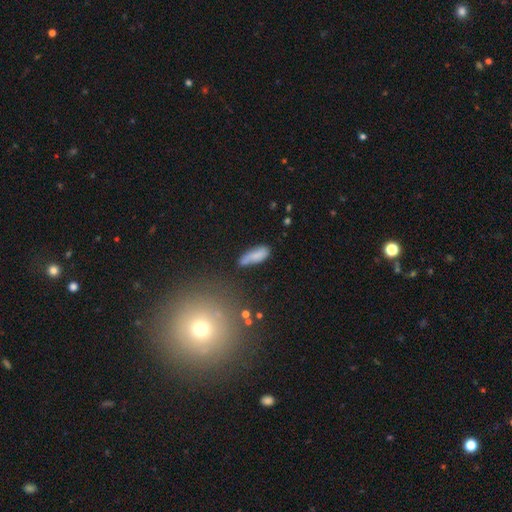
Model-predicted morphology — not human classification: type=smooth (72%); roundness=in between (68%); merging=none (57%).